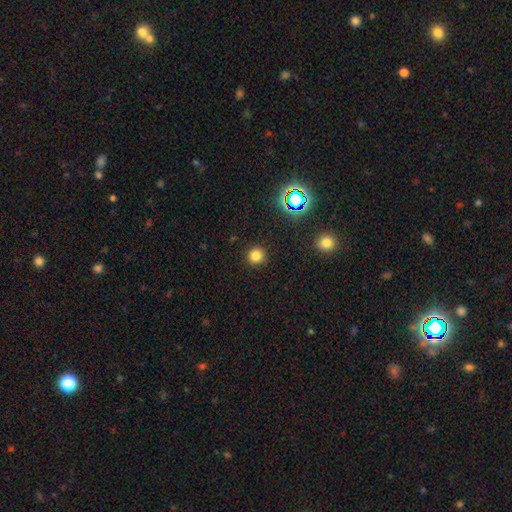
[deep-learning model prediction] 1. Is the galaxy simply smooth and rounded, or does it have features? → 78% smooth, 17% star or artifact, 5% featured or disk.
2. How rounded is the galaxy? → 93% round, 6% in between, 1% cigar-shaped.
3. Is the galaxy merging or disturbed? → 91% none, 6% minor disturbance, 2% major disturbance, 1% merger.